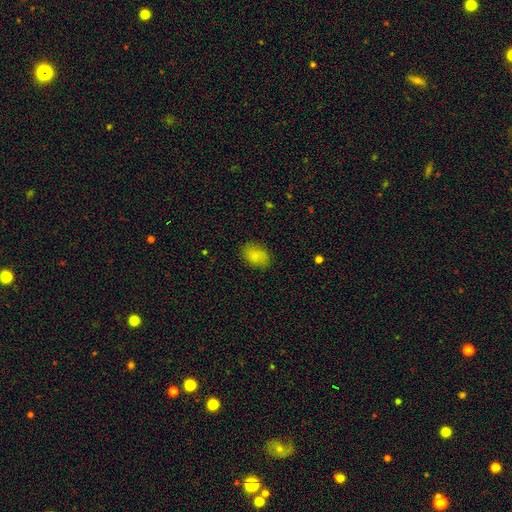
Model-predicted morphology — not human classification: Smooth or featured? Predicted: smooth (p=0.85). How rounded? Predicted: in between (p=0.84). Merging? Predicted: none (p=0.84).